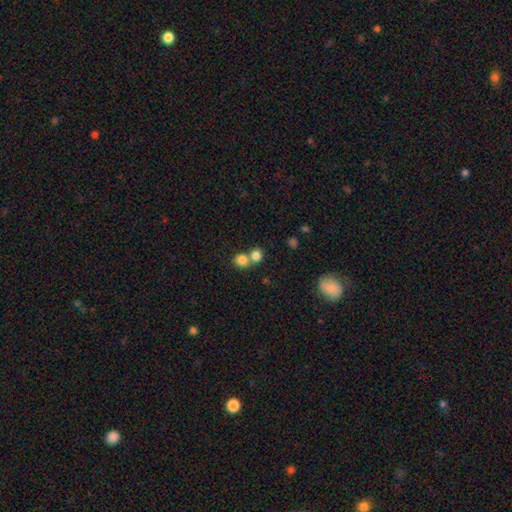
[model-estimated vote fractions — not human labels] Smooth or featured? smooth (81%)
How rounded? round (82%)
Merging? merger (49%)